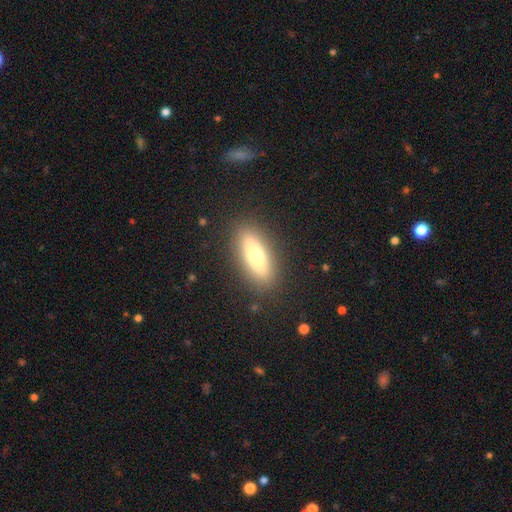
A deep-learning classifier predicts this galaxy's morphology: This is likely a smooth galaxy (67%). How rounded: likely in between (61%). Merging: clearly none (86%).